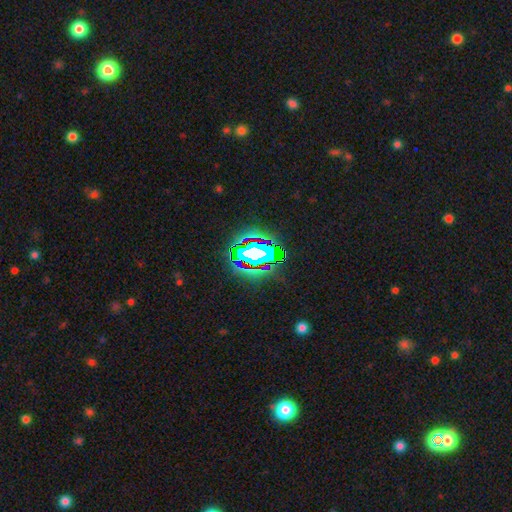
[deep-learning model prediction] Smooth or featured? Predicted: star or artifact (p=0.64).